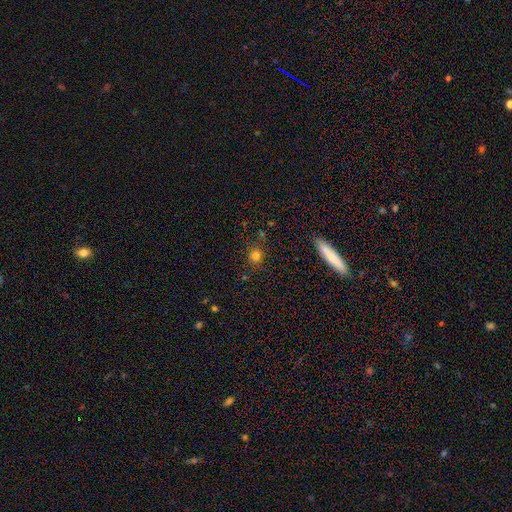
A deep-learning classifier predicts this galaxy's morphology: type=smooth (78%); roundness=round (87%); merging=none (85%).